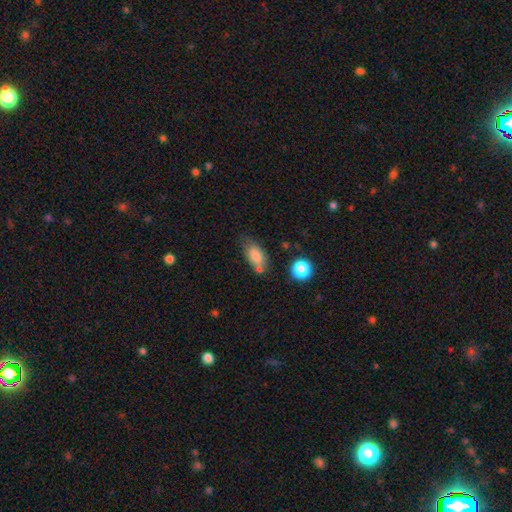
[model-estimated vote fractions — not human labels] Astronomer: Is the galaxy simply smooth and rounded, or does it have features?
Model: smooth — 79%.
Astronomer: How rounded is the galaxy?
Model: in between — 87%.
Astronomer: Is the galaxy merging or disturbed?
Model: none — 50%.